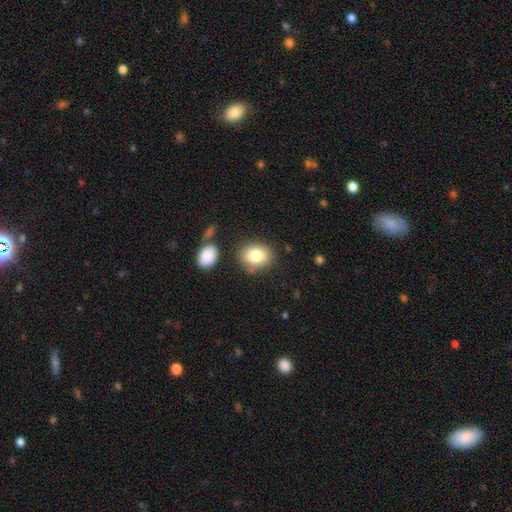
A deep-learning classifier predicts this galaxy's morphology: This appears to be a smooth galaxy with no disk features (82%) that is in between round and cigar-shaped (53%). Merging: none (76%).